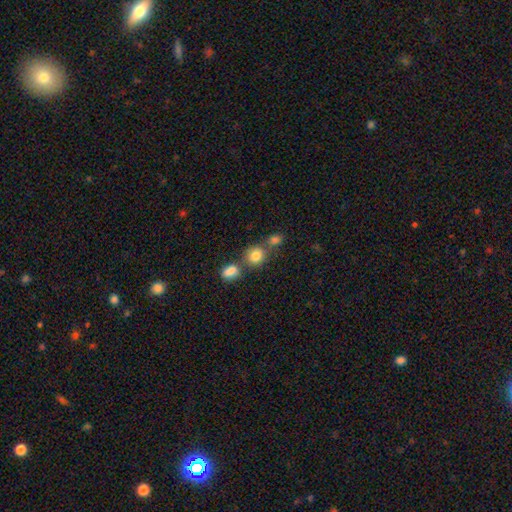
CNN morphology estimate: type=smooth (82%); roundness=round (78%); merging=none (56%).